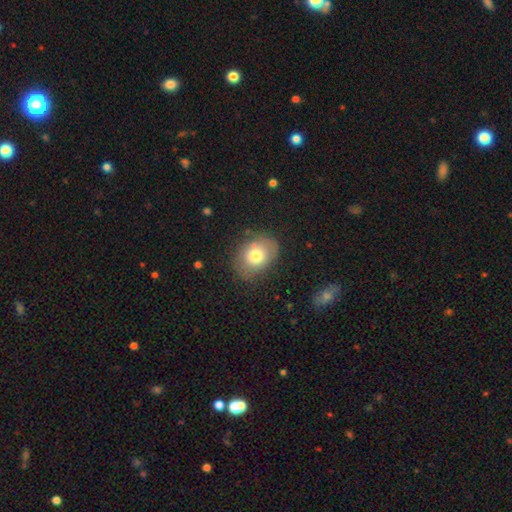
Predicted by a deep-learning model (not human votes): Smooth or featured? smooth (75%)
How rounded? in between (63%)
Merging? none (74%)